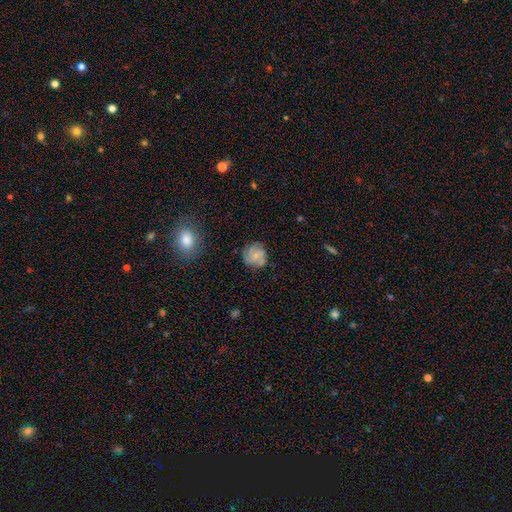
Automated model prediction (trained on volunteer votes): smooth-or-featured: featured or disk: 53% | smooth: 38% | star or artifact: 9%
  disk-edge-on: no: 98% | yes: 2%
    bar: no: 74% | weak: 23% | strong: 3%
    has-spiral-arms: yes: 89% | no: 11%
    bulge-size: small: 62% | moderate: 18% | none: 17% | large: 2% | dominant: 1%
  merging: none: 74% | minor disturbance: 18% | major disturbance: 6% | merger: 2%